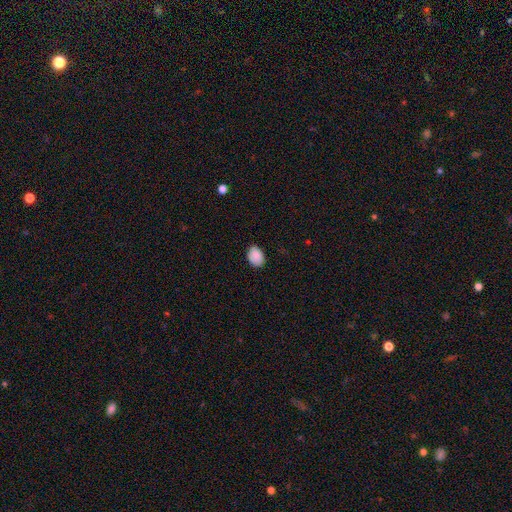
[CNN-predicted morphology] Smooth or featured? Predicted: smooth (p=0.87). How rounded? Predicted: in between (p=0.79). Merging? Predicted: none (p=0.82).